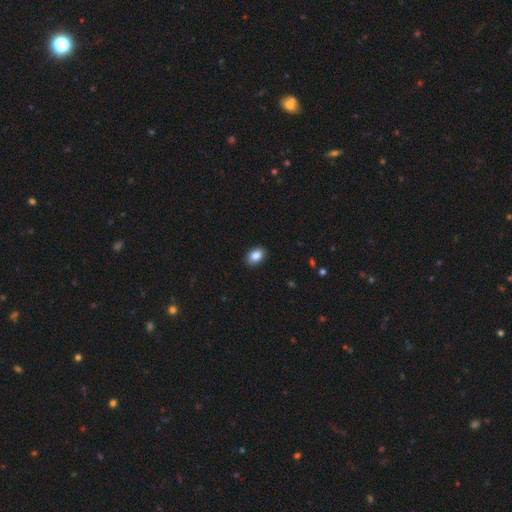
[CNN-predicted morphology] A smooth galaxy with no disk features (87%) that is in between round and cigar-shaped (82%).

Vote fractions:
- Smooth or featured? smooth: 87% / star or artifact: 8% / featured or disk: 5%
- How rounded? in between: 82% / round: 16% / cigar-shaped: 1%
- Merging? none: 89% / minor disturbance: 8% / major disturbance: 2% / merger: 1%